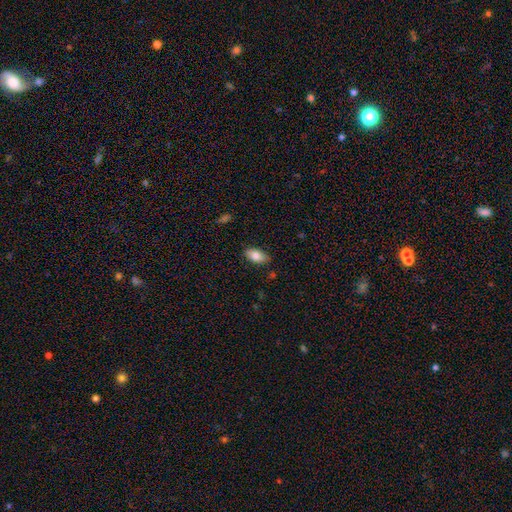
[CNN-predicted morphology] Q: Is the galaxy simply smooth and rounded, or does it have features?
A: smooth — 80%.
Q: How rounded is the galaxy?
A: in between — 92%.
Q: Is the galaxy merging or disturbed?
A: none — 85%.